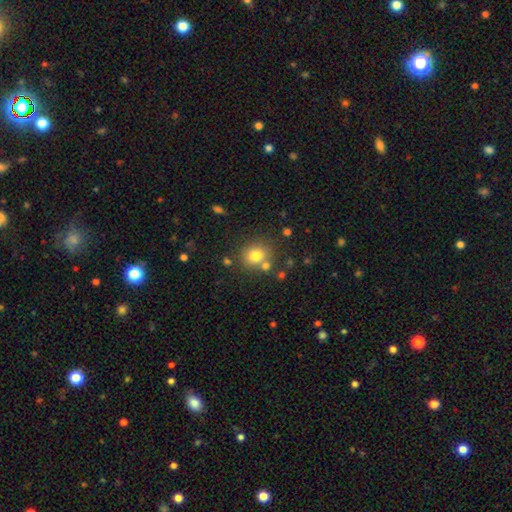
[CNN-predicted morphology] smooth_or_featured: smooth (p=0.77) [alt: star or artifact p=0.13]
how_rounded: round (p=0.81) [alt: in between p=0.18]
merging: none (p=0.73) [alt: merger p=0.13]